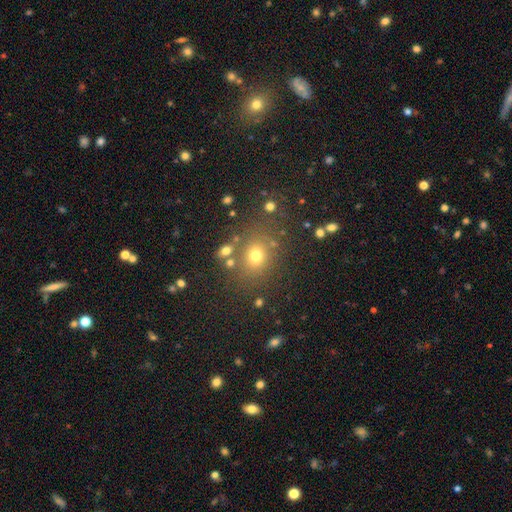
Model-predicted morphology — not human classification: Q: Smooth or featured?
A: smooth (70%); runner-up: star or artifact (20%)
Q: How rounded?
A: round (58%); runner-up: in between (41%)
Q: Merging?
A: none (75%); runner-up: minor disturbance (12%)